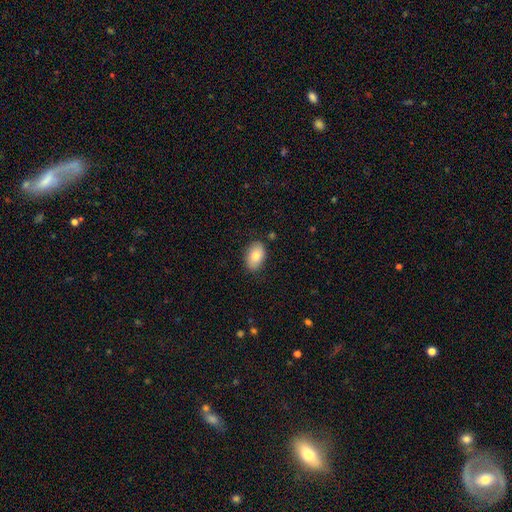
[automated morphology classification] Smooth or featured: smooth — 79% (featured or disk — 14%)
How rounded: in between — 89% (round — 10%)
Merging: none — 84% (minor disturbance — 12%)